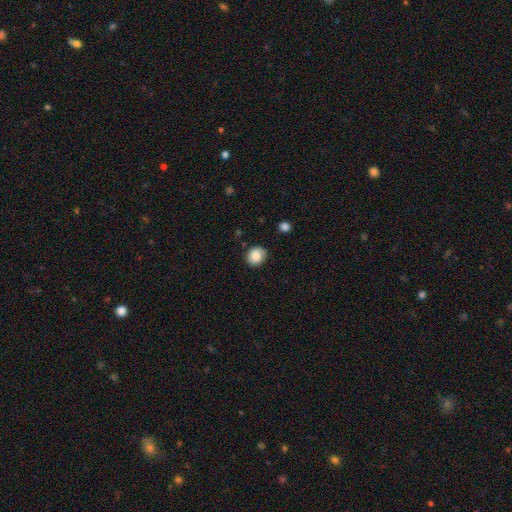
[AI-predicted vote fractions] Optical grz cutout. It shows a smooth galaxy with no disk features (83%) that is round (78%). Merging: none (82%).